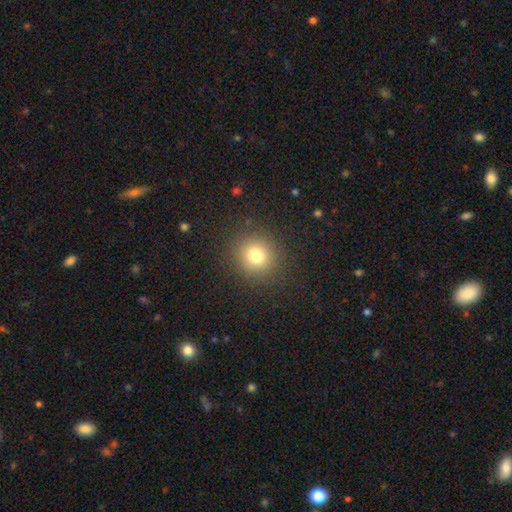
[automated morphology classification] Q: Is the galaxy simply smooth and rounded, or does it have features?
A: smooth — 79%.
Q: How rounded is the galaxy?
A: round — 89%.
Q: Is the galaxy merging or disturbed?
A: none — 89%.